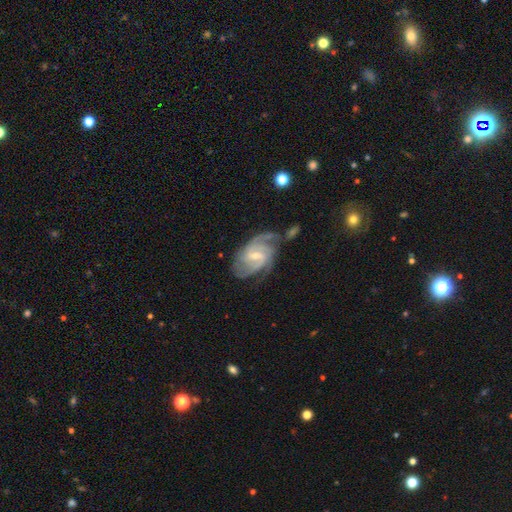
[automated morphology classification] The model was most divided on "spiral winding": medium: 47%, tight: 40%, loose: 13%. Remaining: edge-on disk — no (97%); spiral arms — yes (97%); smooth or featured — featured or disk (88%); bulge size — small (59%); bar — weak (59%); merging — none (57%); spiral arm count — 2 (41%).